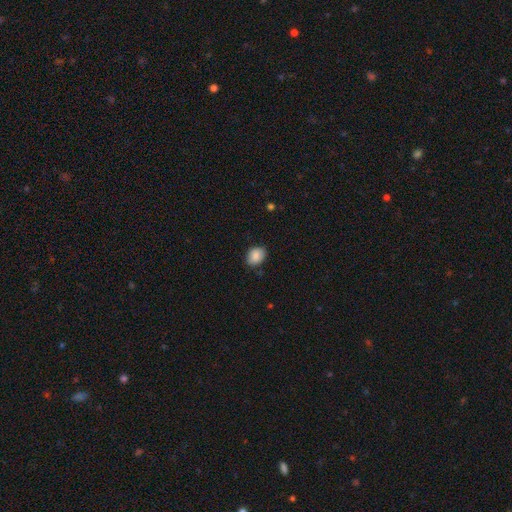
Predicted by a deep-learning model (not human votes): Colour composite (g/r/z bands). It shows a smooth galaxy with no disk features (86%) that is in between round and cigar-shaped (62%). Merging: none (79%).